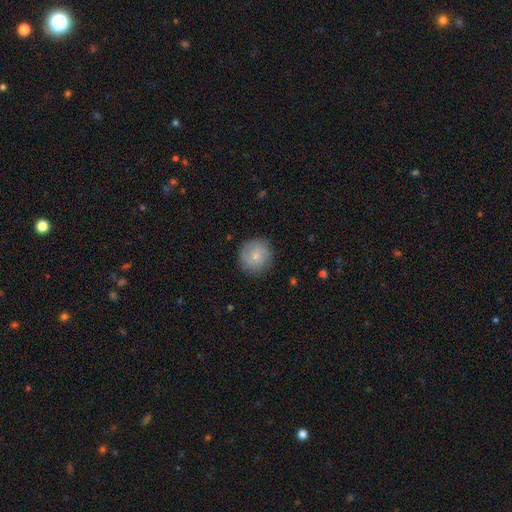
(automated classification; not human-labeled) The model was most divided on "smooth or featured": smooth: 67%, featured or disk: 26%, star or artifact: 7%. More confident: how rounded — round (92%); merging — none (83%).